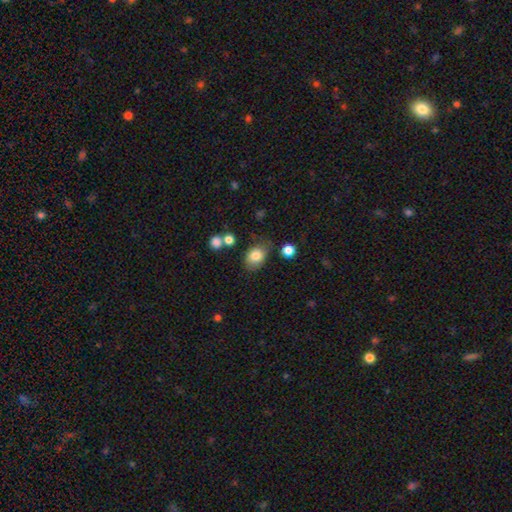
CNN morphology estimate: This appears to be a smooth galaxy with no disk features (82%) that is in between round and cigar-shaped (66%). Merging: none (69%).